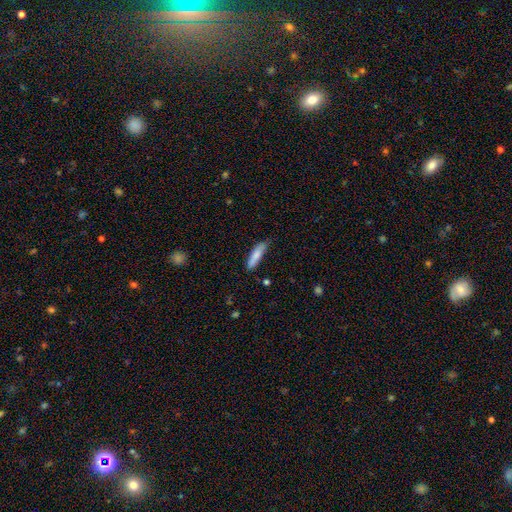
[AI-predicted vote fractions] This is clearly a smooth galaxy (81%). How rounded: likely cigar-shaped (70%). Merging: likely none (75%).